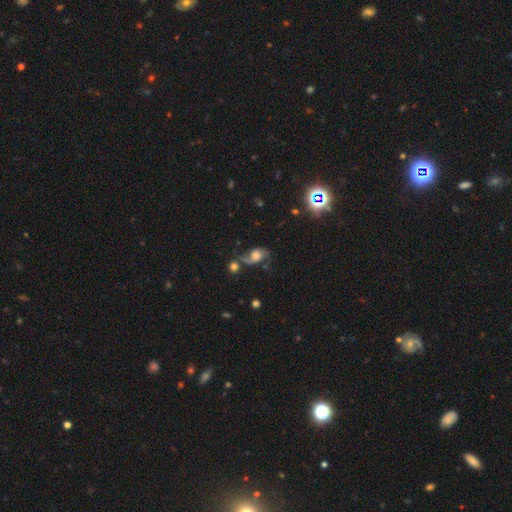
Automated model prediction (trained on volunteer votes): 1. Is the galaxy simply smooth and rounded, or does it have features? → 63% featured or disk, 24% smooth, 13% star or artifact.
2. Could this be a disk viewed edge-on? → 96% no, 4% yes.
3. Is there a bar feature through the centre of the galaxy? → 68% no, 26% weak, 5% strong.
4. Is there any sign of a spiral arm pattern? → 90% yes, 10% no.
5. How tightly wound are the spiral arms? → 55% loose, 35% medium, 10% tight.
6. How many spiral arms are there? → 84% 2, 8% 1, 4% can't tell, 1% 3, 1% 4, 1% more than 4.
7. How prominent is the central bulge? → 38% large, 32% moderate, 13% small, 10% none, 7% dominant.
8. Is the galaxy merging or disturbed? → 46% none, 22% minor disturbance, 17% major disturbance, 15% merger.